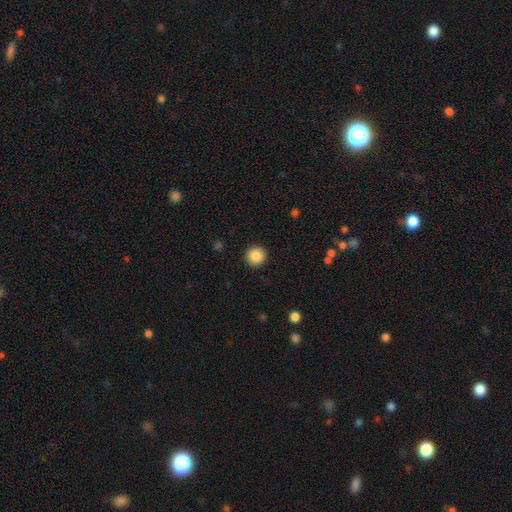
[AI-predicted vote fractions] A smooth galaxy with no disk features (86%) that is round (94%).

Vote fractions:
- Smooth or featured? smooth: 86% / star or artifact: 9% / featured or disk: 5%
- How rounded? round: 94% / in between: 5% / cigar-shaped: 1%
- Merging? none: 92% / minor disturbance: 5% / major disturbance: 2% / merger: 1%